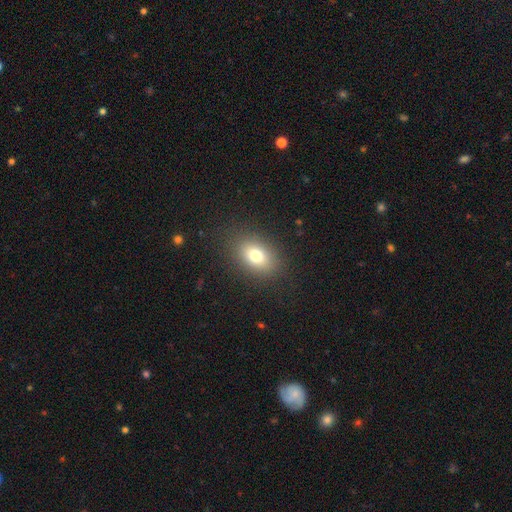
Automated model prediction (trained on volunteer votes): Morphology: type=smooth (76%); roundness=in between (75%); merging=none (86%).